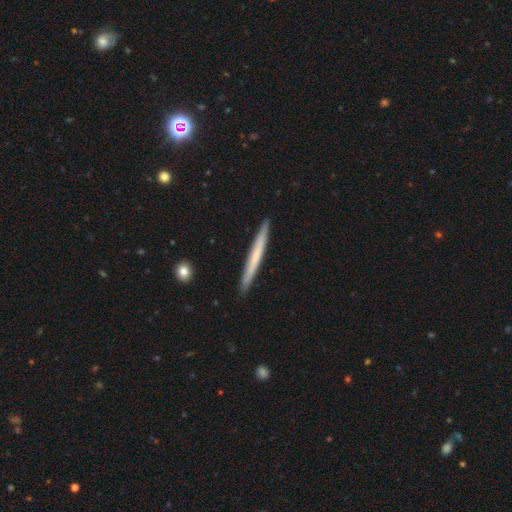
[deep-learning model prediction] A smooth galaxy with no disk features (55%) that is cigar-shaped (97%). Merging: none (92%).